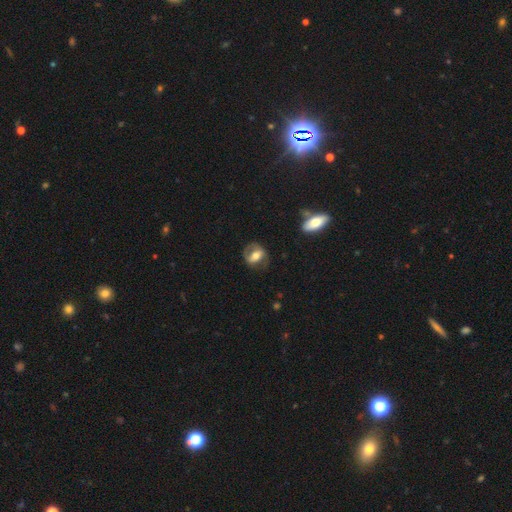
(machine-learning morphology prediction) featured or disk 52%, smooth 41%, star or artifact 7%. Down the decision tree: edge-on disk — no (92%); merging — none (68%).